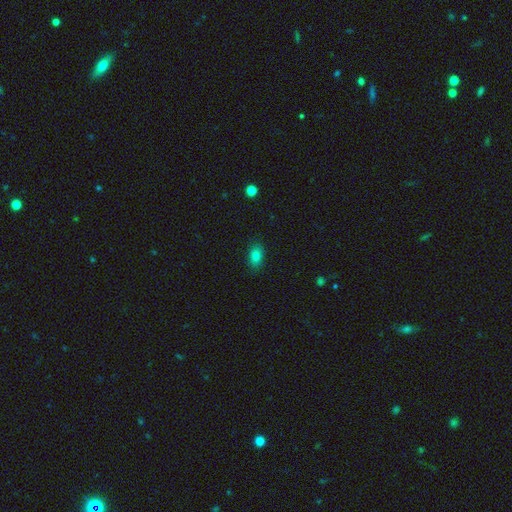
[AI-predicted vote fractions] smooth-or-featured: smooth: 81% | star or artifact: 11% | featured or disk: 8%
  how-rounded: in between: 84% | round: 13% | cigar-shaped: 3%
  merging: none: 86% | minor disturbance: 10% | major disturbance: 2% | merger: 1%